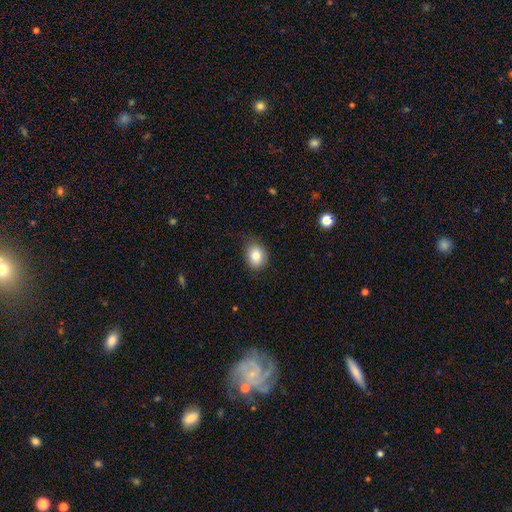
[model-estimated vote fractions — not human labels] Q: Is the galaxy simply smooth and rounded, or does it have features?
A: smooth — 82%.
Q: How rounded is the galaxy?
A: round — 52%.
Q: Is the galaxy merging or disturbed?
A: none — 81%.